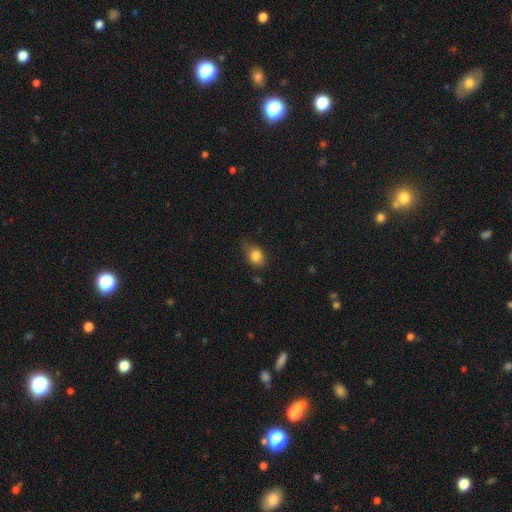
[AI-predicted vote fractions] The model was most divided on "how rounded" (2-way tie): round: 49%, in between: 49%, cigar-shaped: 2%. More confident: smooth or featured — smooth (82%); merging — none (61%).